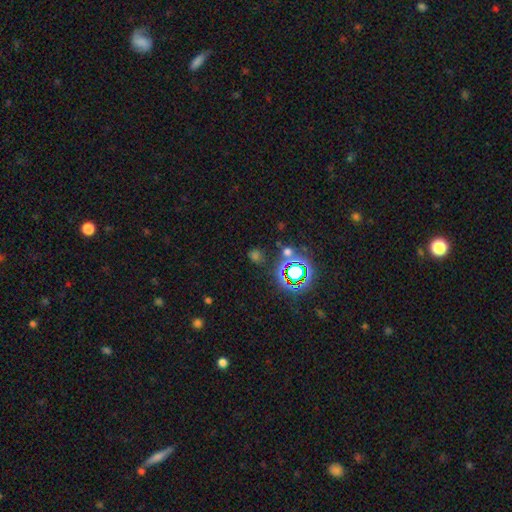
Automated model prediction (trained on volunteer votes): Q: Smooth or featured?
A: star or artifact (50%); runner-up: smooth (43%)